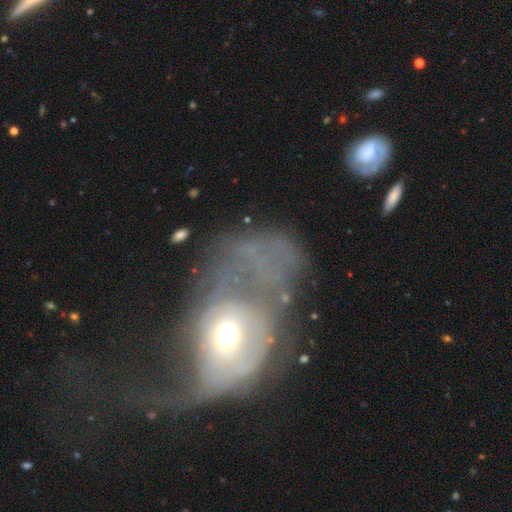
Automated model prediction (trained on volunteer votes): smooth-or-featured: featured or disk: 54% | smooth: 34% | star or artifact: 12%
  disk-edge-on: no: 95% | yes: 5%
    bar: no: 79% | weak: 15% | strong: 5%
    has-spiral-arms: no: 68% | yes: 32%
    bulge-size: moderate: 64% | small: 20% | large: 11% | dominant: 3% | none: 2%
  merging: major disturbance: 64% | merger: 13% | none: 13% | minor disturbance: 10%